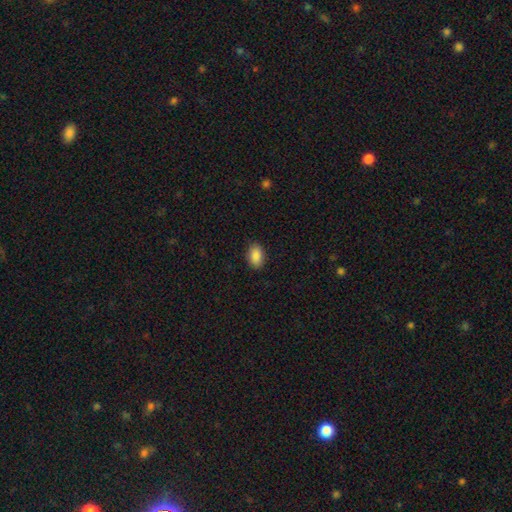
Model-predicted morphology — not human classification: Smooth or featured: smooth — 88% (star or artifact — 7%)
How rounded: in between — 90% (round — 9%)
Merging: none — 87% (minor disturbance — 9%)